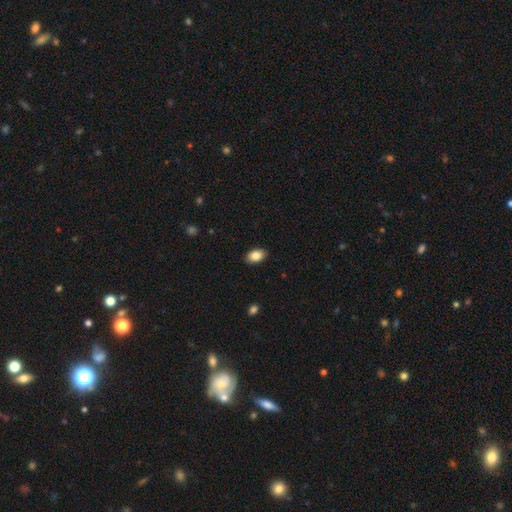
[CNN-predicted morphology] The model was most divided on "how rounded": in between: 89%, round: 10%, cigar-shaped: 1%. More confident: merging — none (89%); smooth or featured — smooth (86%).